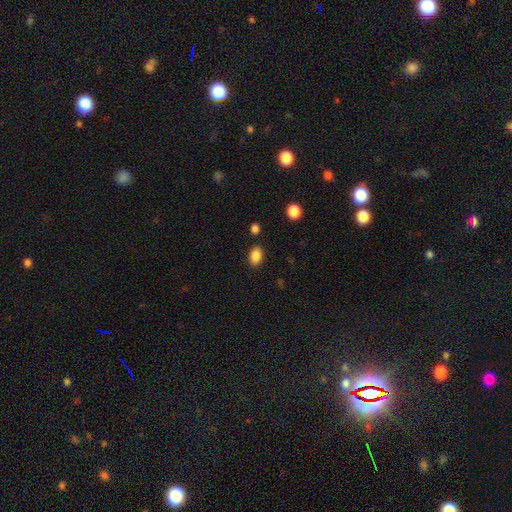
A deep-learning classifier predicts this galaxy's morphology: Q: Smooth or featured?
A: smooth (87%); runner-up: star or artifact (9%)
Q: How rounded?
A: in between (85%); runner-up: round (14%)
Q: Merging?
A: none (84%); runner-up: minor disturbance (10%)